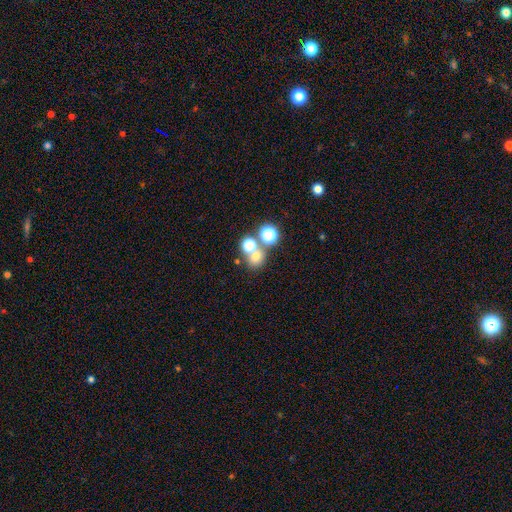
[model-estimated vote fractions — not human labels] Smooth or featured? Predicted: smooth (p=0.64). How rounded? Predicted: round (p=0.74). Merging? Predicted: none (p=0.50).